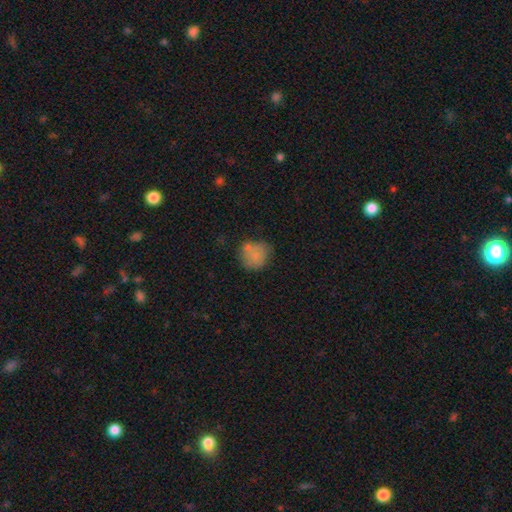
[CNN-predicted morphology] Smooth or featured? smooth (77%)
How rounded? round (85%)
Merging? none (59%)